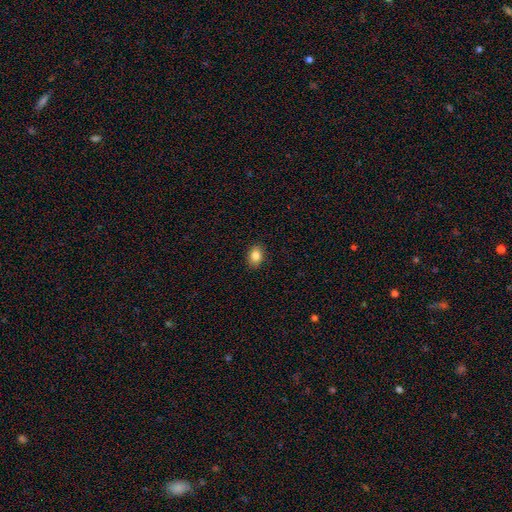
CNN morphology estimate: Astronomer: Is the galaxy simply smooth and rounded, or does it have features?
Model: smooth — 84%.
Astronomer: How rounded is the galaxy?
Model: in between — 72%.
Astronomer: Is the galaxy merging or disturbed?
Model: none — 90%.